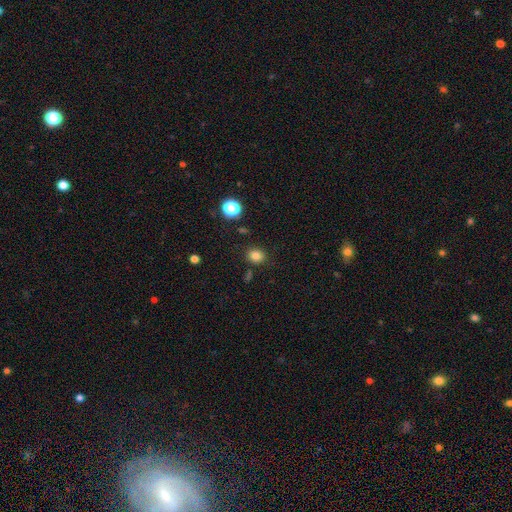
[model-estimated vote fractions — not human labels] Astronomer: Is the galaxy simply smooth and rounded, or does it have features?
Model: smooth — 82%.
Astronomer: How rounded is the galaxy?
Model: round — 65%.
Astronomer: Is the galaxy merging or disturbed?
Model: none — 85%.